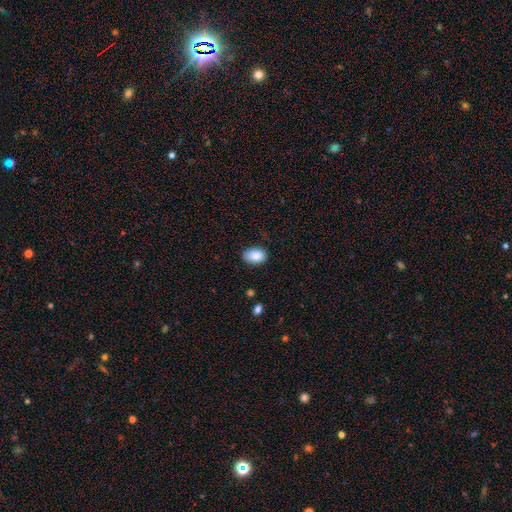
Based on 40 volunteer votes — Overall: smooth (82%). How rounded: in between (97%). Merging: none (78%).